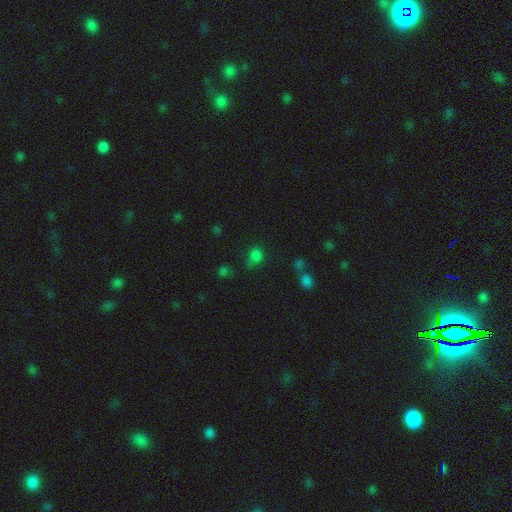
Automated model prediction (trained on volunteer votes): Smooth or featured? Predicted: smooth (p=0.73). How rounded? Predicted: round (p=0.68). Merging? Predicted: none (p=0.61).